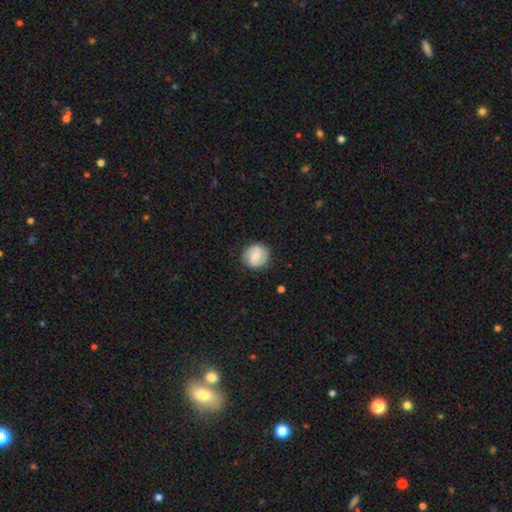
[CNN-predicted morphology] The model was most divided on "smooth or featured": smooth: 62%, featured or disk: 31%, star or artifact: 7%. More confident: how rounded — round (90%); merging — none (86%).